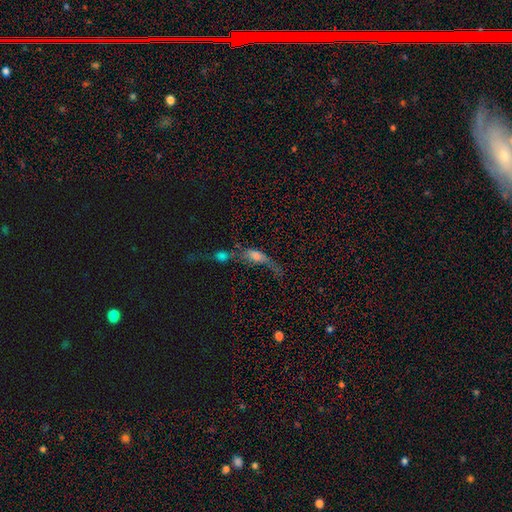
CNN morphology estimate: This appears to be a smooth galaxy with no disk features (43%). Merging: merger (58%).